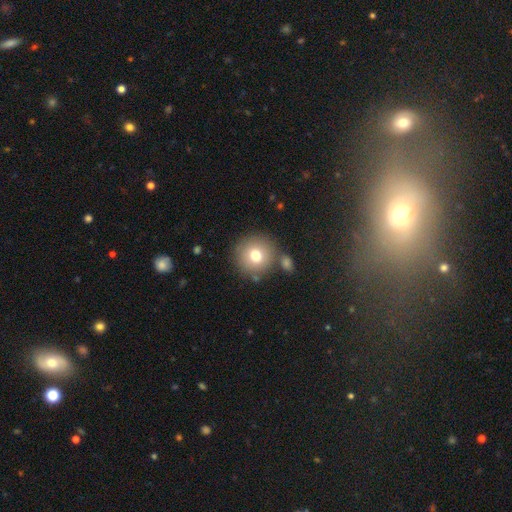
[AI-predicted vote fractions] The model was most divided on "smooth or featured": smooth: 75%, featured or disk: 14%, star or artifact: 11%. More confident: how rounded — round (94%); merging — none (78%).